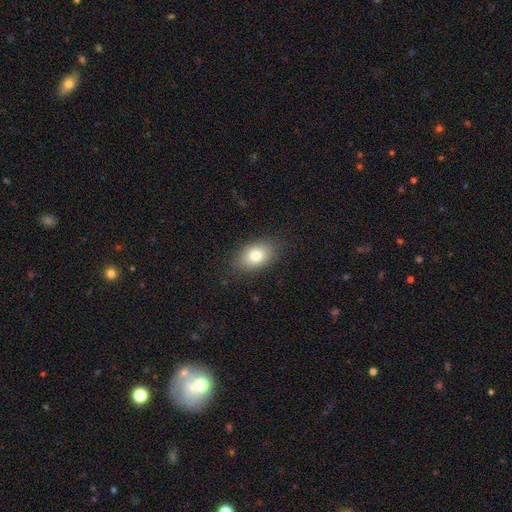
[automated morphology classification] type=smooth (79%); roundness=in between (84%); merging=none (85%).